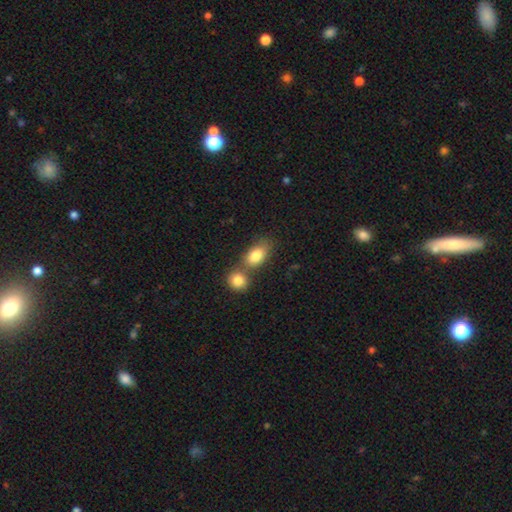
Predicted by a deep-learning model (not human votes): This appears to be a smooth galaxy with no disk features (84%) that is in between round and cigar-shaped (83%). Merging: merger (47%).